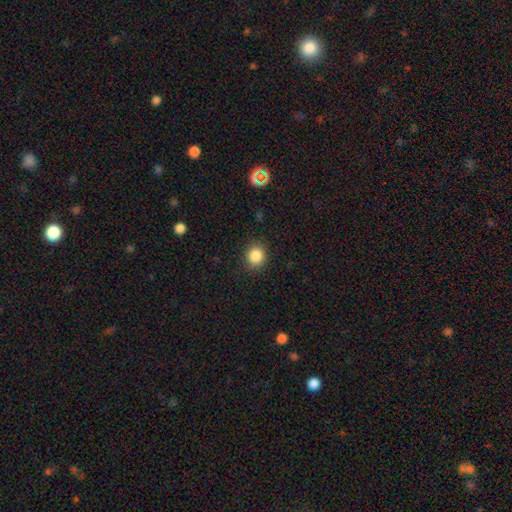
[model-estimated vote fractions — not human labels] Morphology: type=smooth (86%); roundness=round (86%); merging=none (88%).